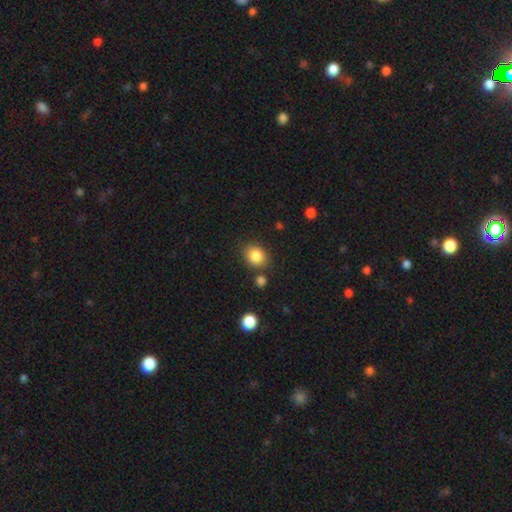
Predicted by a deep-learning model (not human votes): smooth_or_featured: smooth (p=0.84) [alt: star or artifact p=0.10]
how_rounded: round (p=0.60) [alt: in between p=0.39]
merging: none (p=0.79) [alt: minor disturbance p=0.11]